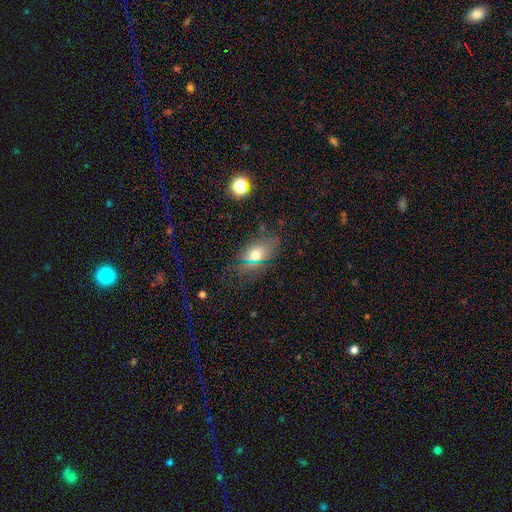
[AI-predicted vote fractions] Smooth or featured: smooth — 65% (star or artifact — 18%)
How rounded: in between — 82% (round — 12%)
Merging: none — 77% (minor disturbance — 15%)